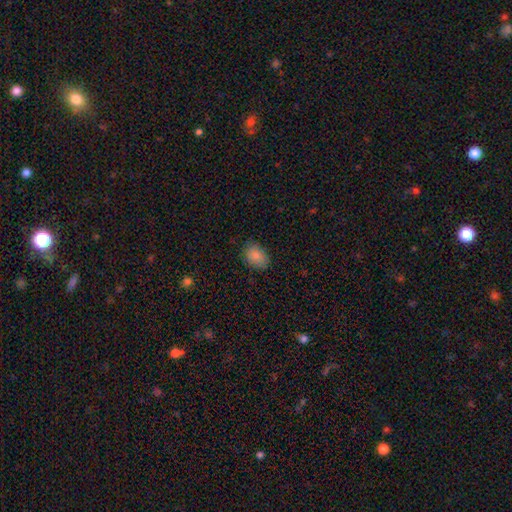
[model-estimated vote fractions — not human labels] The model was most divided on "how rounded": in between: 77%, round: 22%, cigar-shaped: 1%. More confident: smooth or featured — smooth (87%); merging — none (81%).